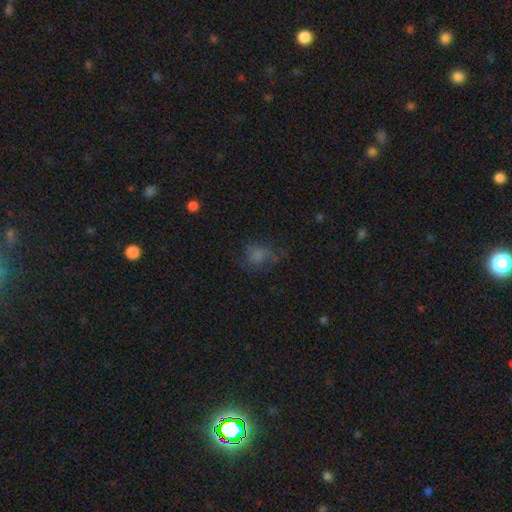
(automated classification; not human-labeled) smooth_or_featured: smooth (p=0.58) [alt: star or artifact p=0.22]
how_rounded: round (p=0.58) [alt: in between p=0.41]
merging: none (p=0.57) [alt: minor disturbance p=0.23]